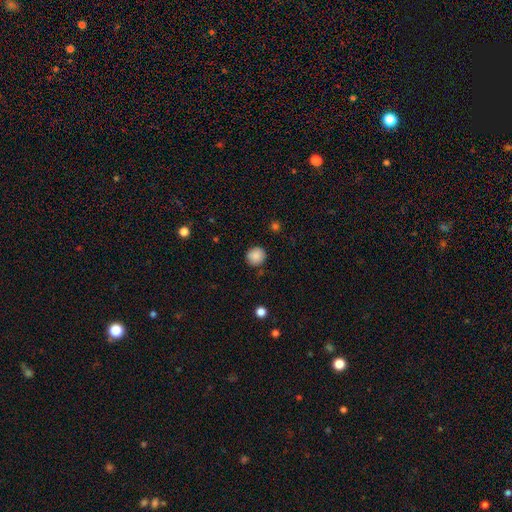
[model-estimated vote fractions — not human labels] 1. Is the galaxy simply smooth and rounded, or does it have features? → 87% smooth, 9% star or artifact, 4% featured or disk.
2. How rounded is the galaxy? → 91% round, 8% in between, 1% cigar-shaped.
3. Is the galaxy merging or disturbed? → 87% none, 9% minor disturbance, 2% major disturbance, 2% merger.